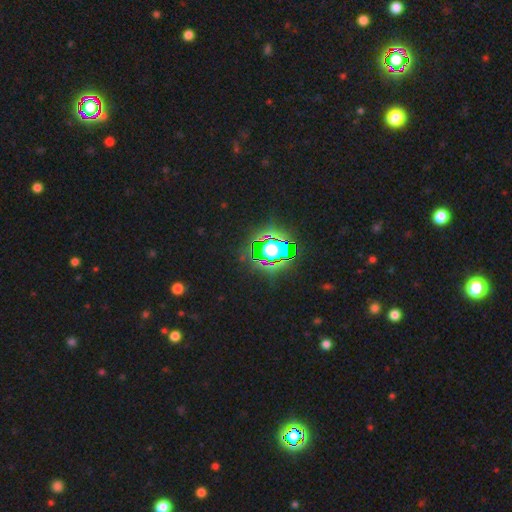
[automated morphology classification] A star or artifact, not a galaxy (82%).